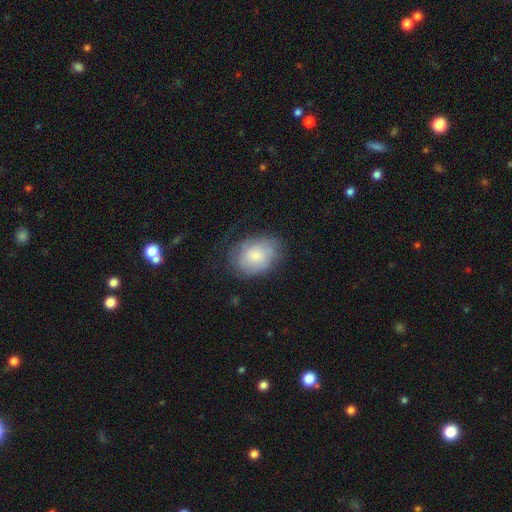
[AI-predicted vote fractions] Overall: smooth (58%; featured or disk 34%). How rounded: in between (70%). Merging: none (63%; minor disturbance 24%).